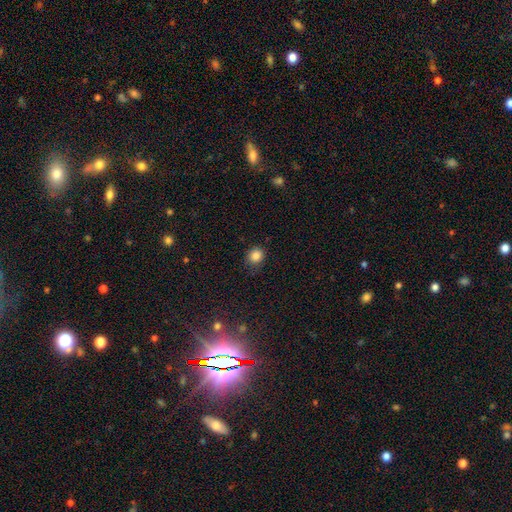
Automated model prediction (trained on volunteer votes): Overall: smooth (85%). How rounded: round (78%). Merging: none (79%).